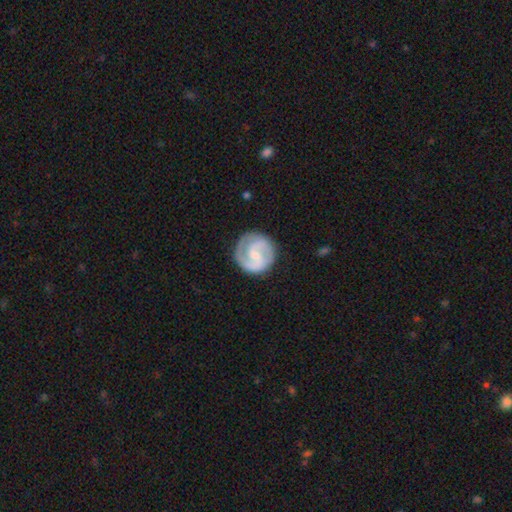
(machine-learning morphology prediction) smooth_or_featured: featured or disk (p=0.82) [alt: smooth p=0.14]
disk_edge_on: no (p=0.98) [alt: yes p=0.02]
bar: weak (p=0.53) [alt: no p=0.32]
has_spiral_arms: yes (p=0.96) [alt: no p=0.04]
spiral_winding: medium (p=0.47) [alt: tight p=0.41]
spiral_arm_count: 2 (p=0.86) [alt: 1 p=0.05]
bulge_size: small (p=0.54) [alt: moderate p=0.24]
merging: none (p=0.83) [alt: minor disturbance p=0.11]